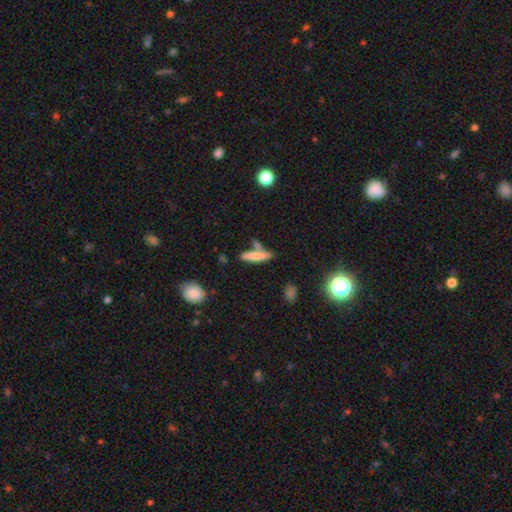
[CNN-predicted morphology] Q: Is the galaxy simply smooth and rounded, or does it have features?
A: smooth — 70%.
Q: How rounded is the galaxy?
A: cigar-shaped — 77%.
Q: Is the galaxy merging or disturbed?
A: none — 57%.